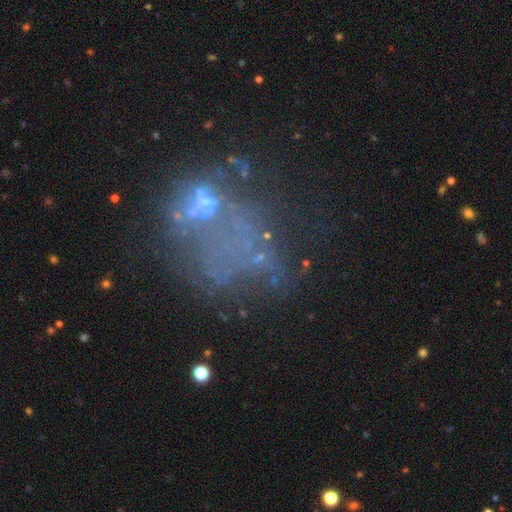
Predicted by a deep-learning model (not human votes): Smooth or featured? Predicted: featured or disk (p=0.45). Merging? Predicted: none (p=0.37).